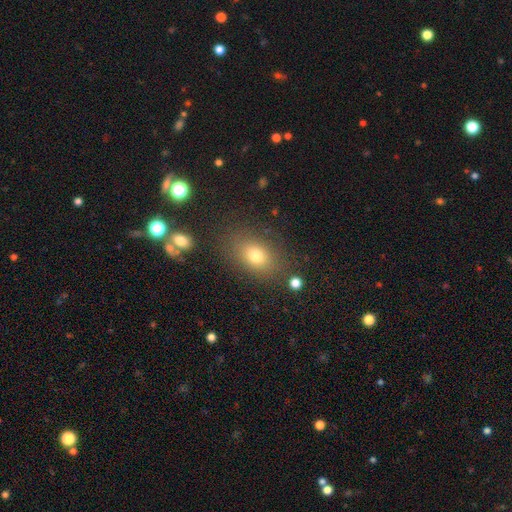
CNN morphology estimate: Overall: smooth (73%). How rounded: in between (69%). Merging: none (80%).